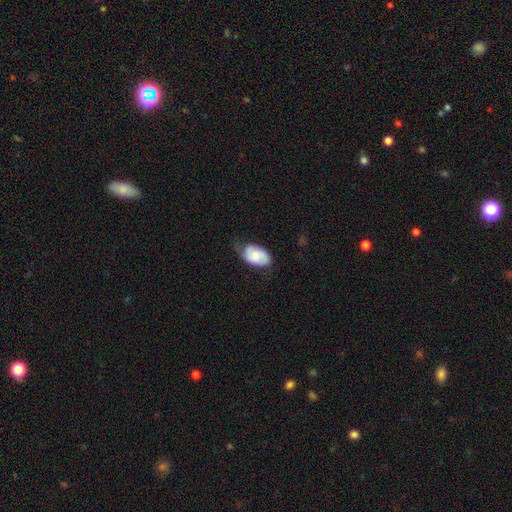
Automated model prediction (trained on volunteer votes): Smooth or featured? smooth (67%)
How rounded? in between (92%)
Merging? none (51%)